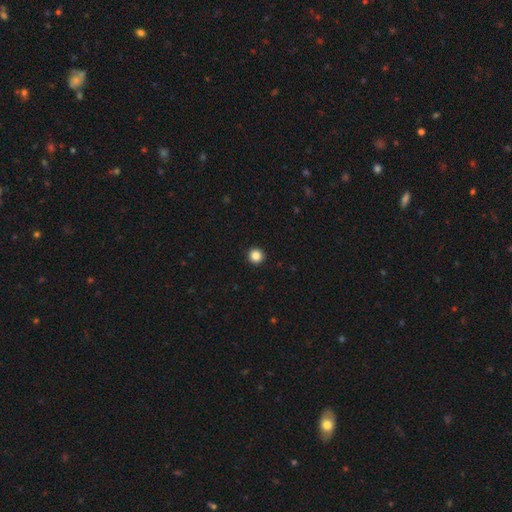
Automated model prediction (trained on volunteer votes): smooth_or_featured: smooth (p=0.85) [alt: star or artifact p=0.11]
how_rounded: round (p=0.95) [alt: in between p=0.04]
merging: none (p=0.94) [alt: minor disturbance p=0.04]